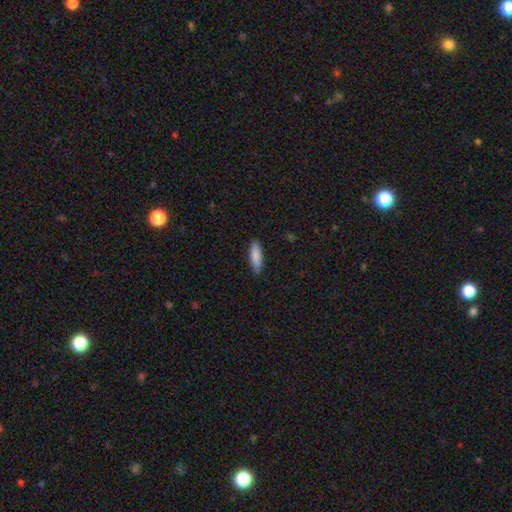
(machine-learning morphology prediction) Smooth or featured?
  - smooth: 88% *
  - featured or disk: 7%
  - star or artifact: 6%
How rounded?
  - in between: 52% *
  - cigar-shaped: 47%
  - round: 2%
Merging?
  - none: 87% *
  - minor disturbance: 10%
  - major disturbance: 2%
  - merger: 1%